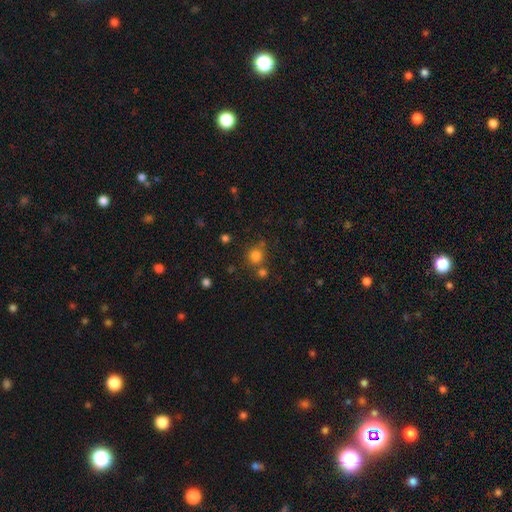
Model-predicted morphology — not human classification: Overall: smooth (79%). How rounded: round (89%). Merging: none (67%).